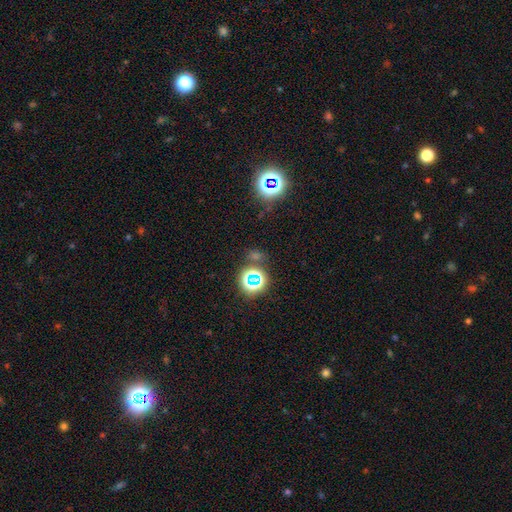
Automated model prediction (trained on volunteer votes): The model was most divided on "smooth or featured": star or artifact: 64%, smooth: 27%, featured or disk: 9%.